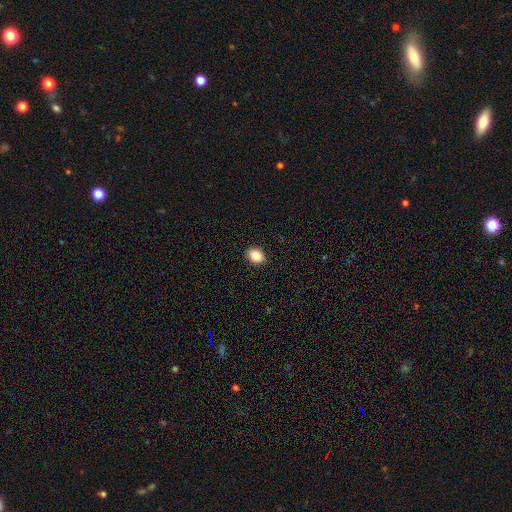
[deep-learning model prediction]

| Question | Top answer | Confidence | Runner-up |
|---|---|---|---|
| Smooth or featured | smooth | 87% | star or artifact (9%) |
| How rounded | in between | 69% | round (30%) |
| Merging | none | 91% | minor disturbance (7%) |